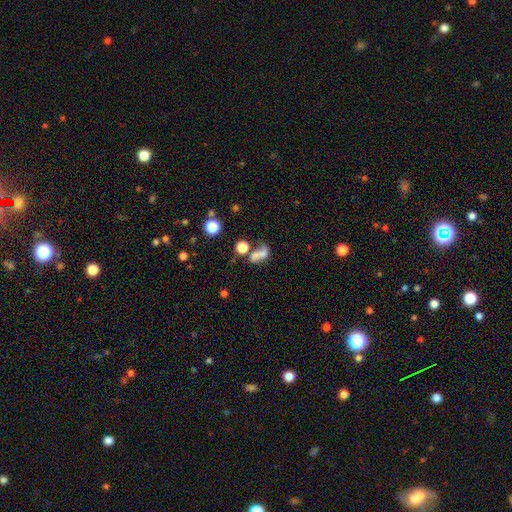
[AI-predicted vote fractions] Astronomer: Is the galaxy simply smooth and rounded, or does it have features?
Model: smooth — 58%.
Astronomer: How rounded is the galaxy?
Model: in between — 65%.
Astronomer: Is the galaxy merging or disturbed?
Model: merger — 48% (runner-up: none, 24%).